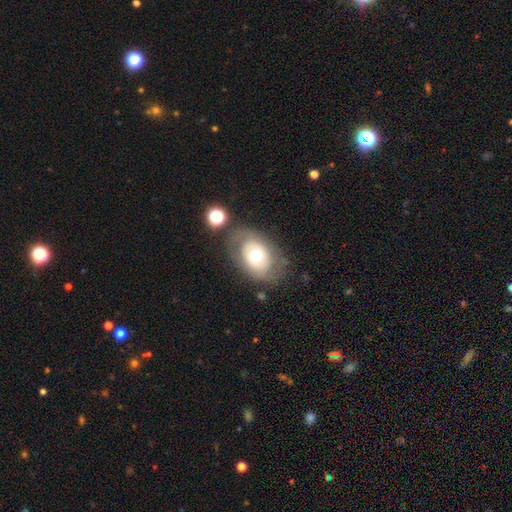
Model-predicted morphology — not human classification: Smooth or featured? Predicted: smooth (p=0.52). How rounded? Predicted: in between (p=0.74). Merging? Predicted: none (p=0.69).